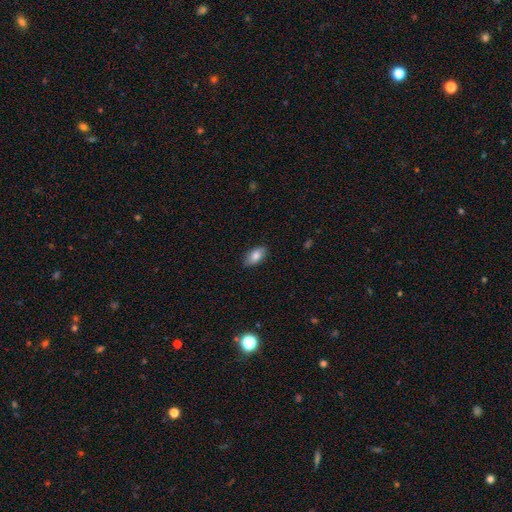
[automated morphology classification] This appears to be a smooth galaxy with no disk features (81%) that is in between round and cigar-shaped (92%). Merging: none (84%).